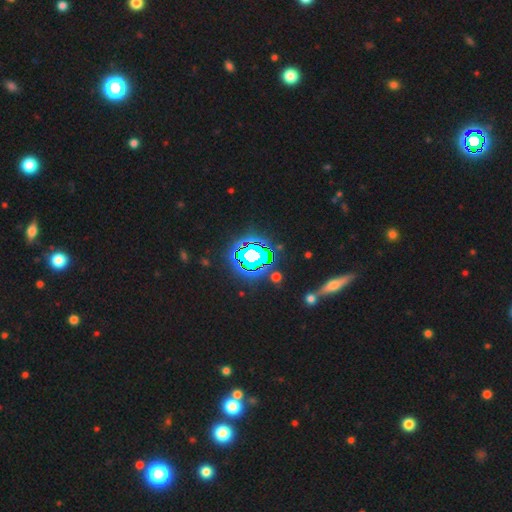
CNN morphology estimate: smooth_or_featured: star or artifact (p=0.75) [alt: smooth p=0.13]